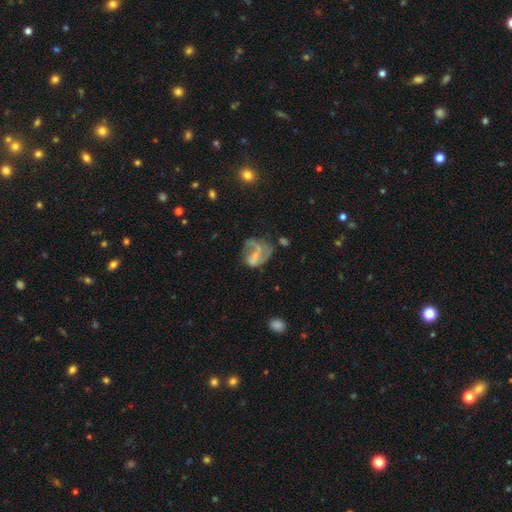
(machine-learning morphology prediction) smooth-or-featured: featured or disk: 61% | smooth: 29% | star or artifact: 10%
  disk-edge-on: no: 98% | yes: 2%
    bar: no: 58% | weak: 33% | strong: 9%
    has-spiral-arms: yes: 62% | no: 38%
    bulge-size: small: 45% | none: 33% | moderate: 18% | large: 2% | dominant: 1%
  merging: major disturbance: 41% | none: 30% | minor disturbance: 22% | merger: 8%